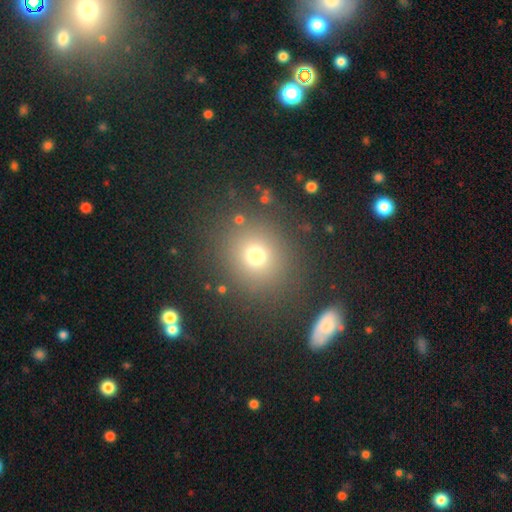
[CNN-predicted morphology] A smooth galaxy with no disk features (71%) that is round (84%).

Vote fractions:
- Smooth or featured? smooth: 71% / star or artifact: 19% / featured or disk: 10%
- How rounded? round: 84% / in between: 15% / cigar-shaped: 1%
- Merging? none: 84% / minor disturbance: 8% / major disturbance: 4% / merger: 4%